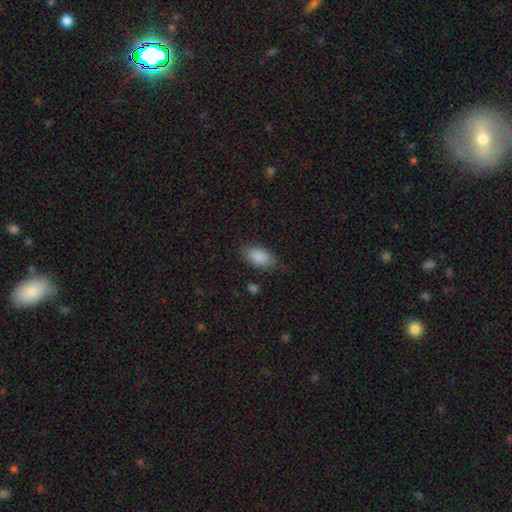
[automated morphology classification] type=smooth (87%); roundness=in between (92%); merging=none (79%).